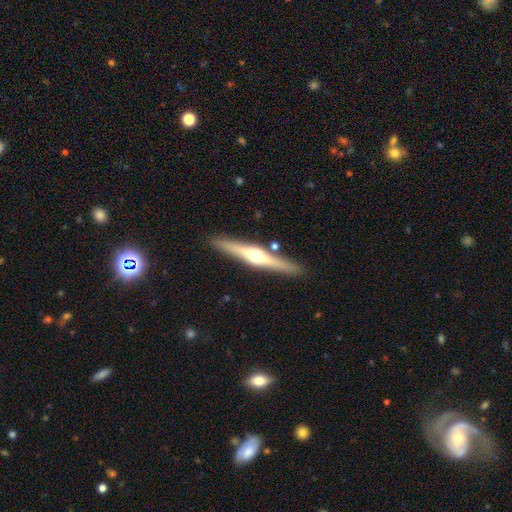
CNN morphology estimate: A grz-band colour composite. It shows a featured or disk galaxy (72%) viewed edge-on (97%) with a rounded central bulge (94%). Merging: none (87%).